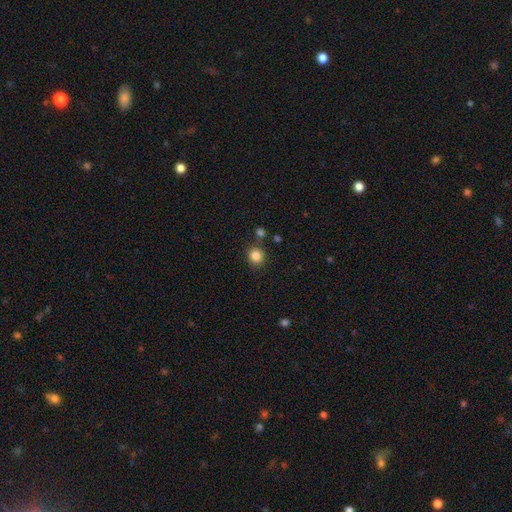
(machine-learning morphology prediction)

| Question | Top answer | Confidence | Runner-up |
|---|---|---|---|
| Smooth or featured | smooth | 85% | star or artifact (11%) |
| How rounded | round | 87% | in between (12%) |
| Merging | none | 83% | minor disturbance (8%) |